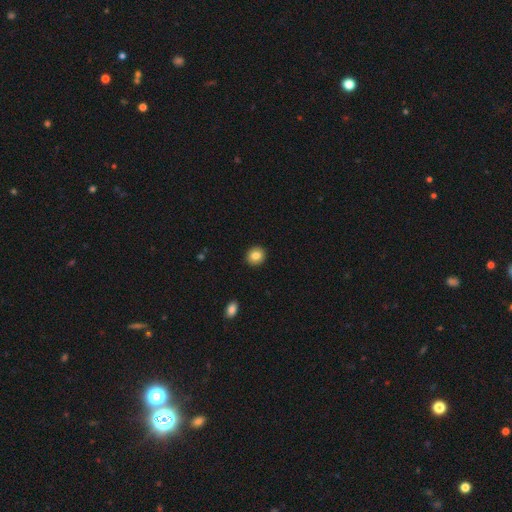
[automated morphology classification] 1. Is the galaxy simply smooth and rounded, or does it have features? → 84% smooth, 9% star or artifact, 7% featured or disk.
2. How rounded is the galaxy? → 85% round, 14% in between, 1% cigar-shaped.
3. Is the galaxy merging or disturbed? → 92% none, 5% minor disturbance, 2% major disturbance, 1% merger.